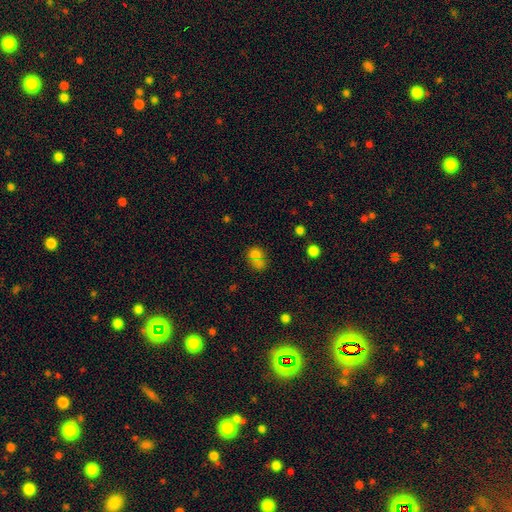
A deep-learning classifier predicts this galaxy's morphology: Smooth or featured: smooth — 74% (star or artifact — 14%)
How rounded: round — 62% (in between — 37%)
Merging: merger — 44% (none — 37%)